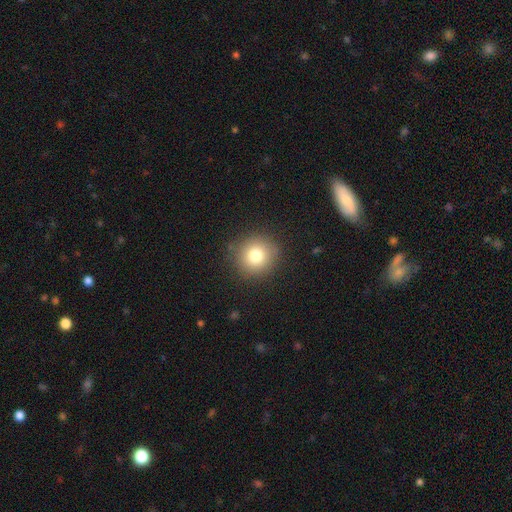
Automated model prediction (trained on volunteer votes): A smooth galaxy with no disk features (78%) that is round (92%).

Vote fractions:
- Smooth or featured? smooth: 78% / star or artifact: 12% / featured or disk: 10%
- How rounded? round: 92% / in between: 8% / cigar-shaped: 1%
- Merging? none: 88% / minor disturbance: 8% / major disturbance: 3% / merger: 1%